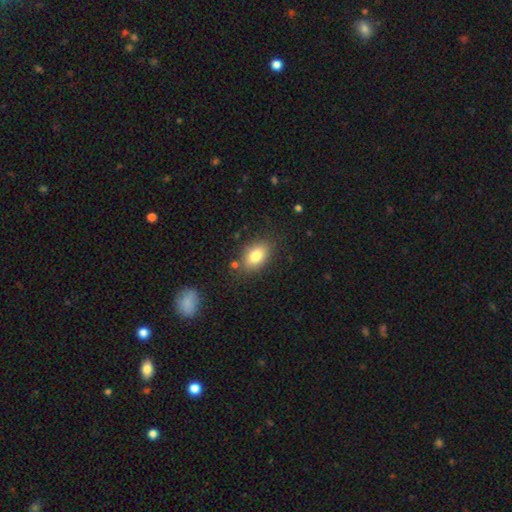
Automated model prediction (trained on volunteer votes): Smooth or featured?
  - smooth: 81% *
  - featured or disk: 10%
  - star or artifact: 9%
How rounded?
  - in between: 85% *
  - round: 13%
  - cigar-shaped: 2%
Merging?
  - none: 79% *
  - minor disturbance: 13%
  - merger: 4%
  - major disturbance: 4%